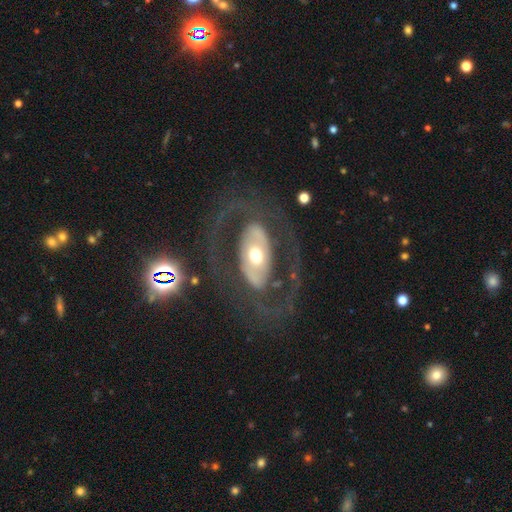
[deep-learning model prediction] Smooth or featured?
  - featured or disk: 75% *
  - smooth: 19%
  - star or artifact: 5%
Edge-on disk?
  - no: 91% *
  - yes: 9%
Bar?
  - no: 63% *
  - weak: 20%
  - strong: 17%
Spiral arms?
  - yes: 63% *
  - no: 37%
Bulge size?
  - moderate: 67% *
  - large: 19%
  - small: 10%
  - dominant: 2%
  - none: 1%
Merging?
  - none: 70% *
  - major disturbance: 16%
  - minor disturbance: 12%
  - merger: 2%